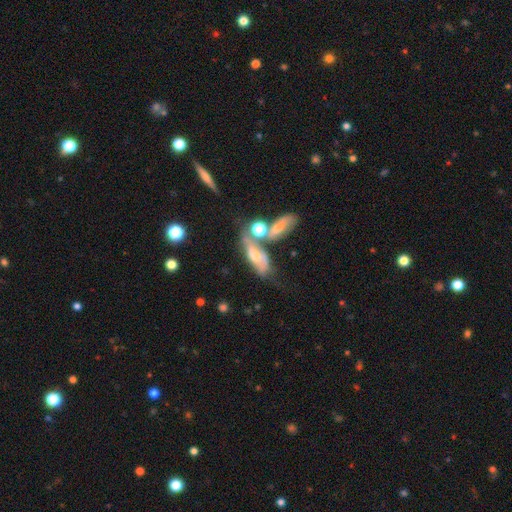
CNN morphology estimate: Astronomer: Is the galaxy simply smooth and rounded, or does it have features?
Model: featured or disk — 52% (runner-up: smooth, 36%).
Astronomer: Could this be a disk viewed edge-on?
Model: no — 74%.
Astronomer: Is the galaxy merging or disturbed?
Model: merger — 43% (runner-up: none, 25%).